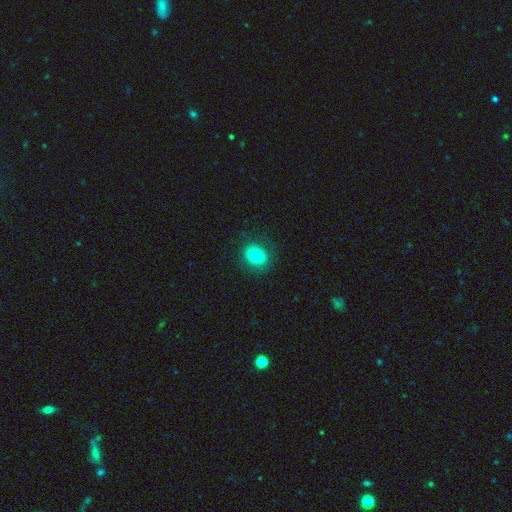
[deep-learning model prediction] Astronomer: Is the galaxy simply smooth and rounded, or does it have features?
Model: smooth — 75%.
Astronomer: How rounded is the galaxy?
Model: round — 64%.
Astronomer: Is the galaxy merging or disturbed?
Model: none — 83%.